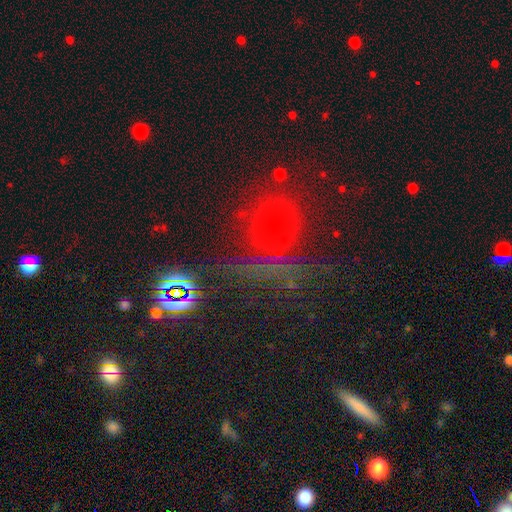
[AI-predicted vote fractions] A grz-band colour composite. It shows a star or artifact, not a galaxy (50%).